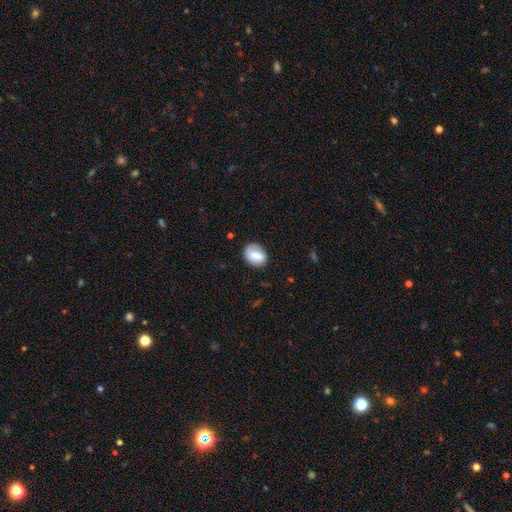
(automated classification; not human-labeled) smooth 75%, featured or disk 18%, star or artifact 8%. Down the decision tree: how rounded — in between (56%); merging — none (72%).